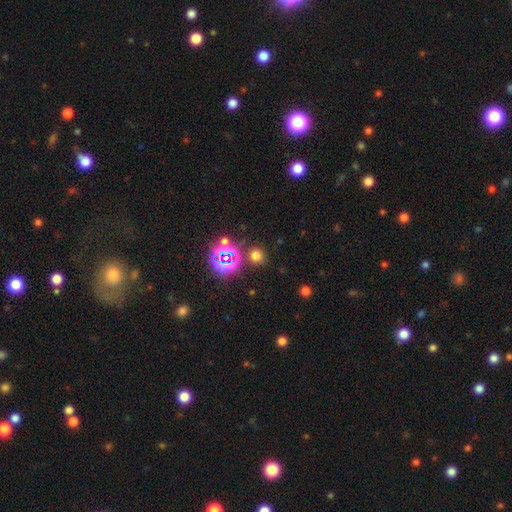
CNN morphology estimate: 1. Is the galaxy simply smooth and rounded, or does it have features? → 62% smooth, 32% star or artifact, 6% featured or disk.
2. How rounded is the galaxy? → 87% round, 12% in between, 1% cigar-shaped.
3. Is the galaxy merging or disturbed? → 83% none, 8% minor disturbance, 6% merger, 4% major disturbance.